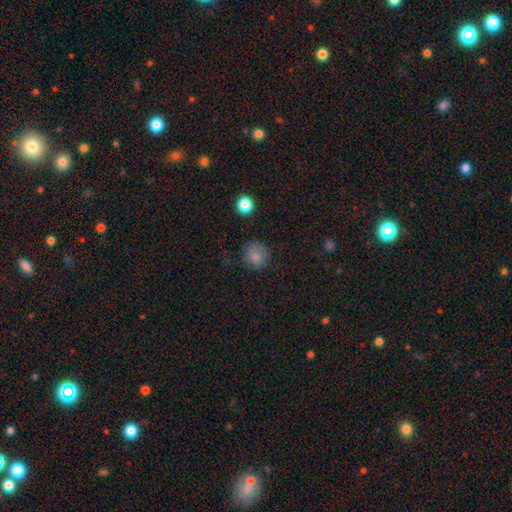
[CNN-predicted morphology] This appears to be a smooth galaxy with no disk features (81%) that is round (87%). Merging: none (75%).